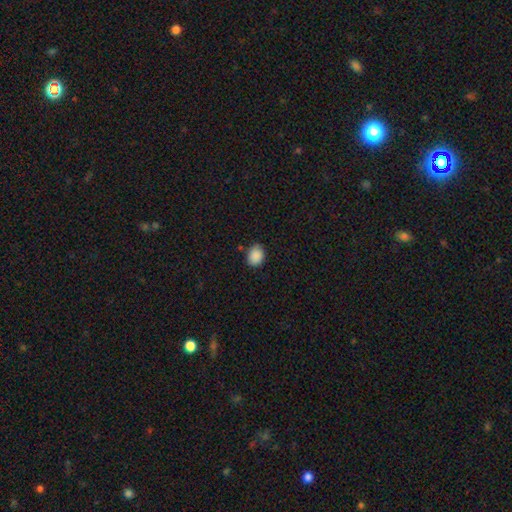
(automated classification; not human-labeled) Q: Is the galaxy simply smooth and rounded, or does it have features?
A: smooth — 88%.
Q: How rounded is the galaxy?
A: in between — 56%.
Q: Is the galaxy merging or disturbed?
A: none — 78%.